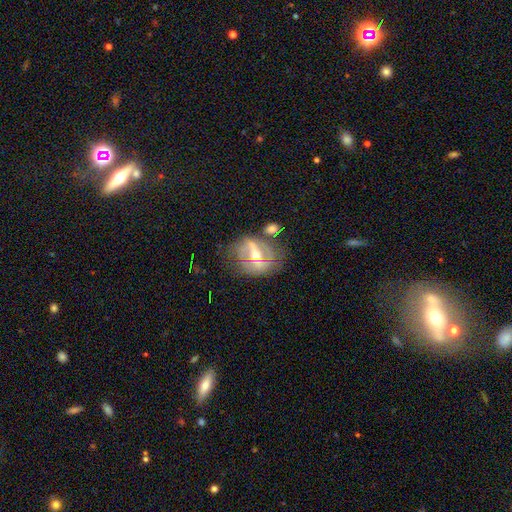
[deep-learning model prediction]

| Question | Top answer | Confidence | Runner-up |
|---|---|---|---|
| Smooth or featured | featured or disk | 79% | smooth (13%) |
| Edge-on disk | no | 92% | yes (8%) |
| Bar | strong | 62% | weak (27%) |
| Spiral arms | yes | 66% | no (34%) |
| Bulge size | moderate | 63% | small (32%) |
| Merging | none | 58% | minor disturbance (20%) |